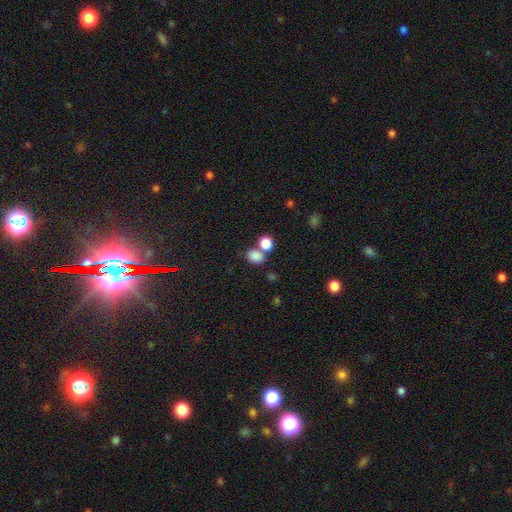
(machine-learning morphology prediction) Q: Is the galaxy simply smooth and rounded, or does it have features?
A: smooth — 83%.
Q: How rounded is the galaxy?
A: in between — 56%.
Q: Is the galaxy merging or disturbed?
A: none — 52%.